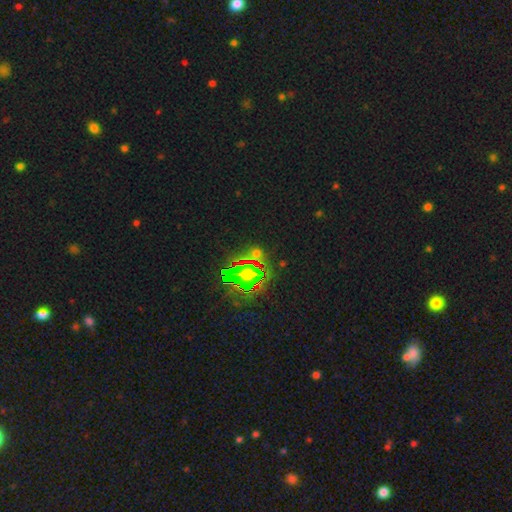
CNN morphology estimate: smooth_or_featured: star or artifact (p=0.65) [alt: smooth p=0.19]